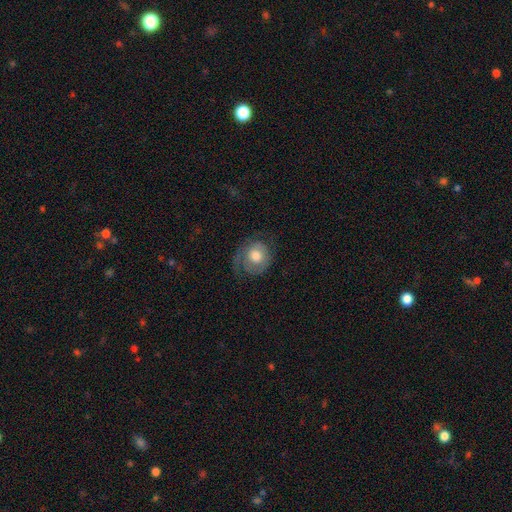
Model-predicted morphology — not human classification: A smooth galaxy with no disk features (51%) that is round (77%).

Vote fractions:
- Smooth or featured? smooth: 51% / featured or disk: 42% / star or artifact: 7%
- How rounded? round: 77% / in between: 22% / cigar-shaped: 1%
- Merging? none: 55% / minor disturbance: 23% / major disturbance: 21% / merger: 1%